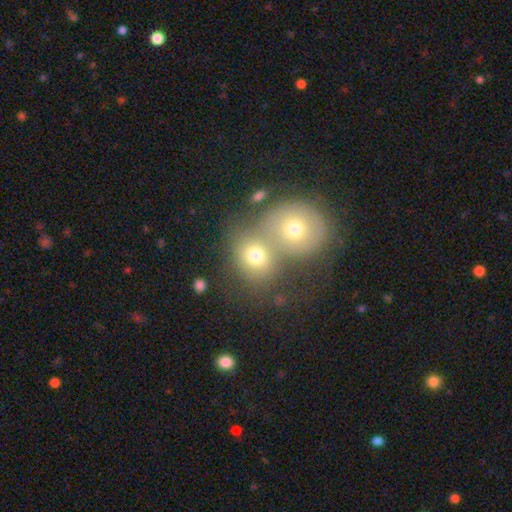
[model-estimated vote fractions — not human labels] This appears to be a smooth galaxy with no disk features (74%) that is round (75%). Merging: merger (62%).